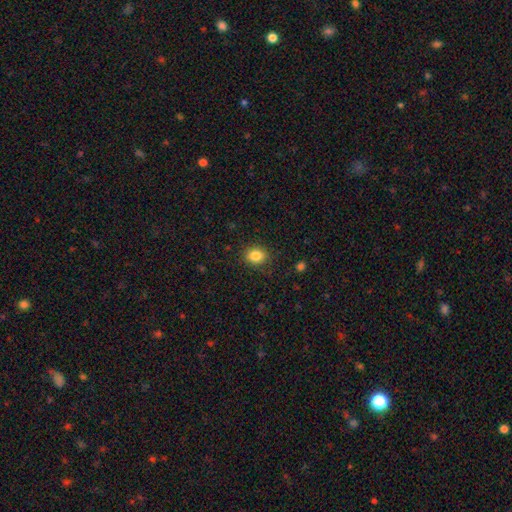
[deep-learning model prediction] This appears to be a smooth galaxy with no disk features (84%) that is round (56%). Merging: none (87%).